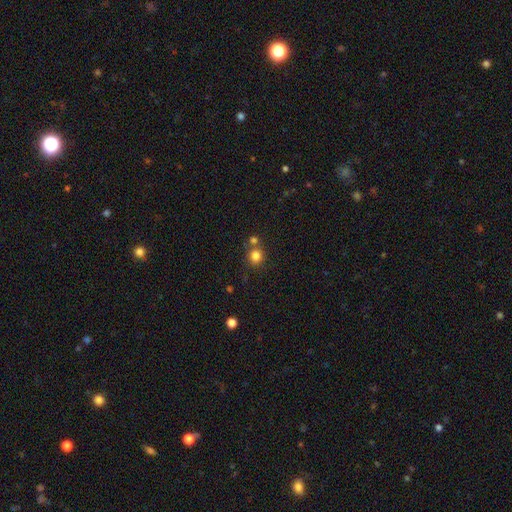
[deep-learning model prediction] Smooth or featured? Predicted: smooth (p=0.81). How rounded? Predicted: round (p=0.86). Merging? Predicted: none (p=0.67).